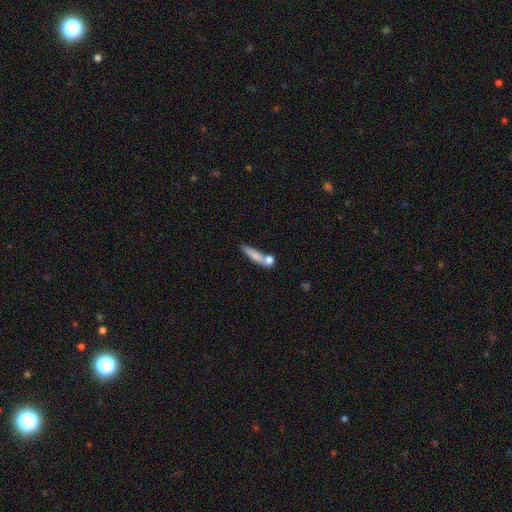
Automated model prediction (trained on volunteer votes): smooth 75%, featured or disk 17%, star or artifact 8%. Down the decision tree: how rounded — cigar-shaped (77%); merging — none (53%).